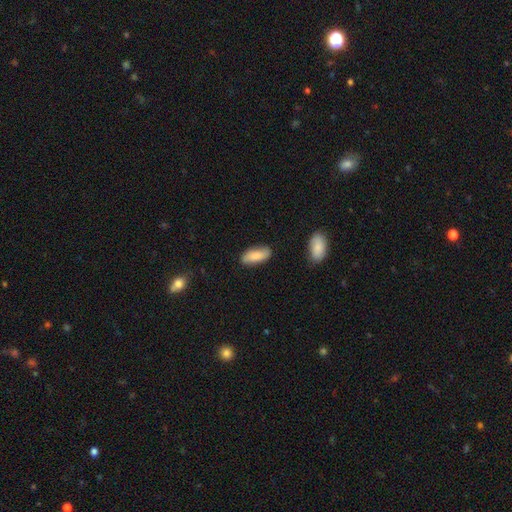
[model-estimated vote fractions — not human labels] The model was most divided on "smooth or featured": smooth: 79%, featured or disk: 15%, star or artifact: 6%. More confident: how rounded — in between (83%); merging — none (82%).